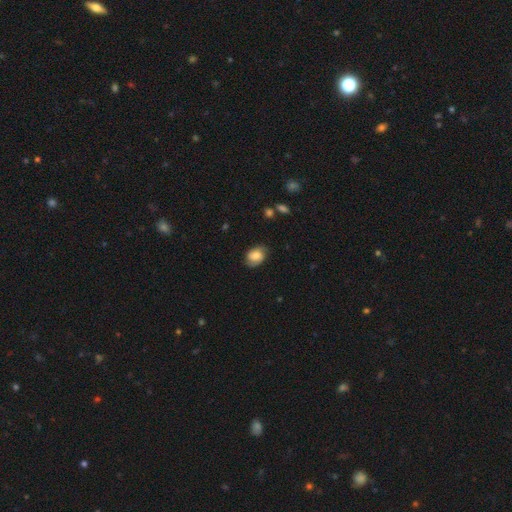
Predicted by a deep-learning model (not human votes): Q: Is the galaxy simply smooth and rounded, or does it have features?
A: smooth — 59%.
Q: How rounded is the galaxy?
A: in between — 70%.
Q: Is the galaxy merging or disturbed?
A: none — 73%.